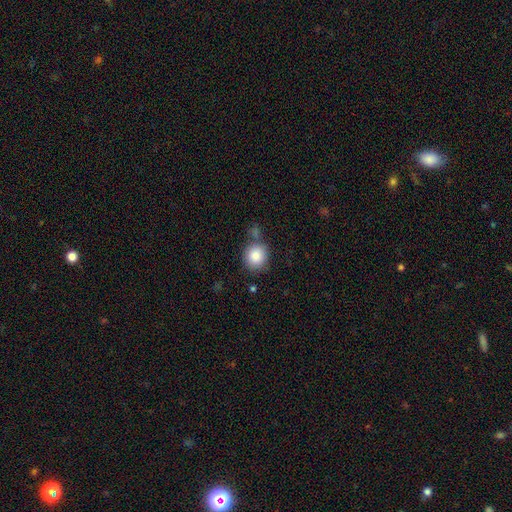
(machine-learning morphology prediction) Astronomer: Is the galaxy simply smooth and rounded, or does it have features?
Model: smooth — 87%.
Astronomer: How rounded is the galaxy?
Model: round — 83%.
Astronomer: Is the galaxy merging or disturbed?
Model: none — 71%.